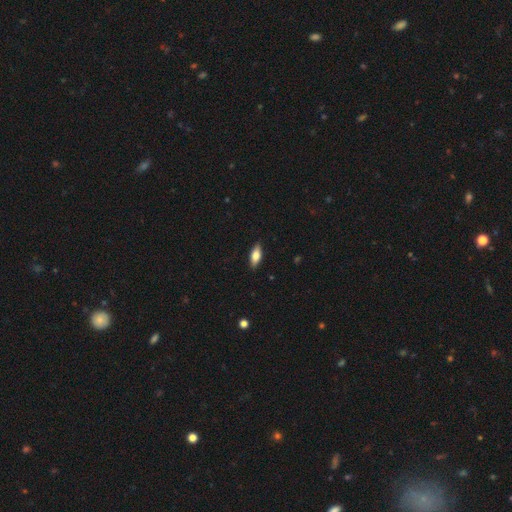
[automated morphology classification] This appears to be a smooth galaxy with no disk features (69%) that is in between round and cigar-shaped (76%). Merging: none (89%).